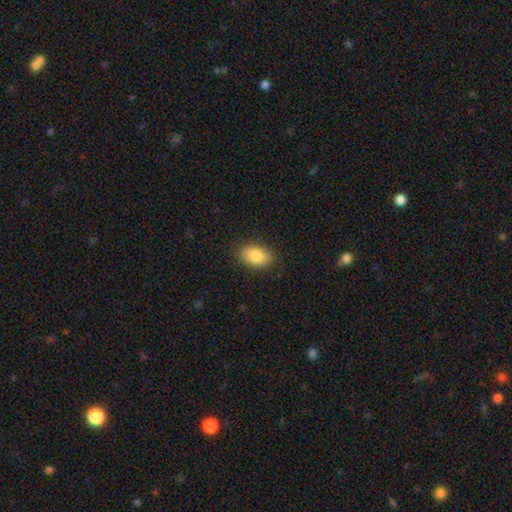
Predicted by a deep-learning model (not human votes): Smooth or featured?
  - smooth: 86% *
  - star or artifact: 7%
  - featured or disk: 7%
How rounded?
  - in between: 89% *
  - round: 9%
  - cigar-shaped: 1%
Merging?
  - none: 87% *
  - minor disturbance: 10%
  - major disturbance: 3%
  - merger: 1%